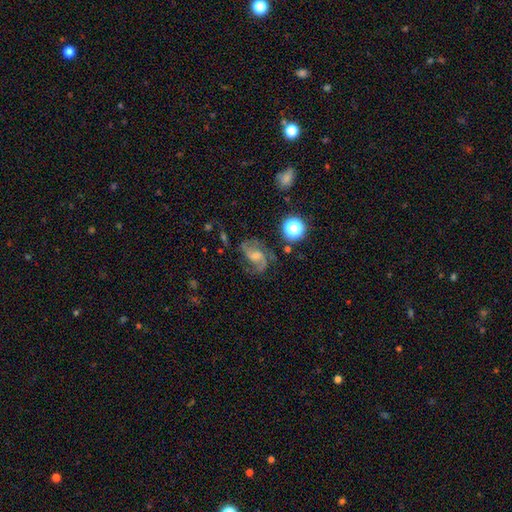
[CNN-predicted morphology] smooth_or_featured: featured or disk (p=0.79) [alt: star or artifact p=0.12]
disk_edge_on: no (p=0.98) [alt: yes p=0.02]
bar: weak (p=0.46) [alt: no p=0.42]
has_spiral_arms: yes (p=0.96) [alt: no p=0.04]
spiral_winding: medium (p=0.55) [alt: loose p=0.24]
spiral_arm_count: 2 (p=0.74) [alt: 3 p=0.10]
bulge_size: moderate (p=0.47) [alt: small p=0.39]
merging: none (p=0.70) [alt: minor disturbance p=0.17]